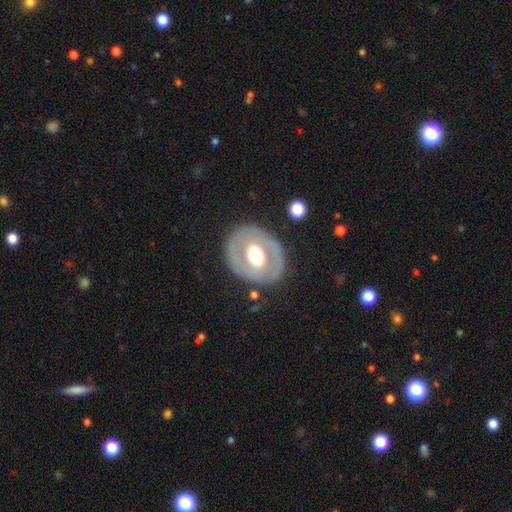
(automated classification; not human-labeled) This appears to be a featured or disk galaxy (61%) with no bar (65%), no spiral arms (80%) and a moderate central bulge (58%). Merging: none (79%).